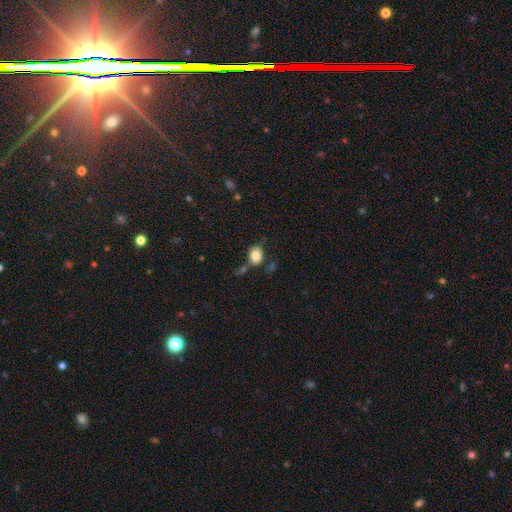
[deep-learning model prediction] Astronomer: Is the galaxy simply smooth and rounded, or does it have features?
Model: smooth — 81%.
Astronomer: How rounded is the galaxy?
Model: in between — 64%.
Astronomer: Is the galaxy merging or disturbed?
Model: none — 57%.